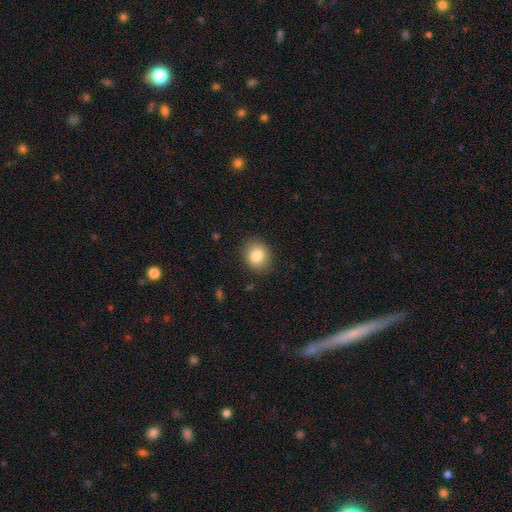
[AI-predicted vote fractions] smooth-or-featured: smooth: 83% | star or artifact: 9% | featured or disk: 8%
  how-rounded: round: 66% | in between: 33% | cigar-shaped: 1%
  merging: none: 87% | minor disturbance: 10% | major disturbance: 3% | merger: 1%